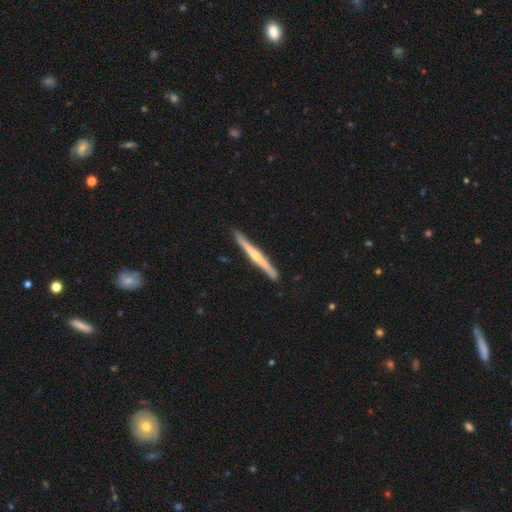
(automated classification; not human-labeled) Smooth or featured? featured or disk (64%)
Edge-on disk? yes (98%)
Edge-on bulge? rounded (58%)
Merging? none (90%)